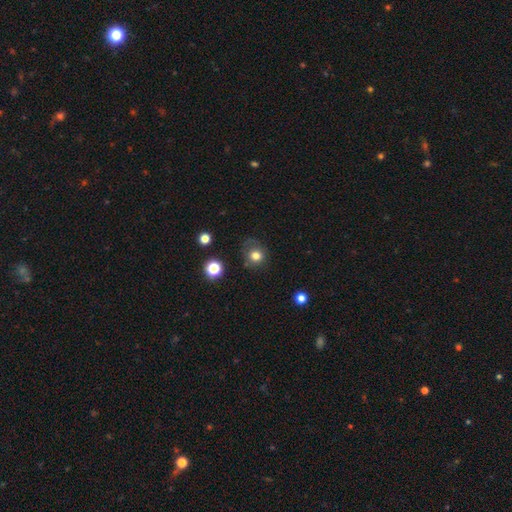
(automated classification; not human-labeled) Overall: smooth (79%). How rounded: round (85%). Merging: none (71%).